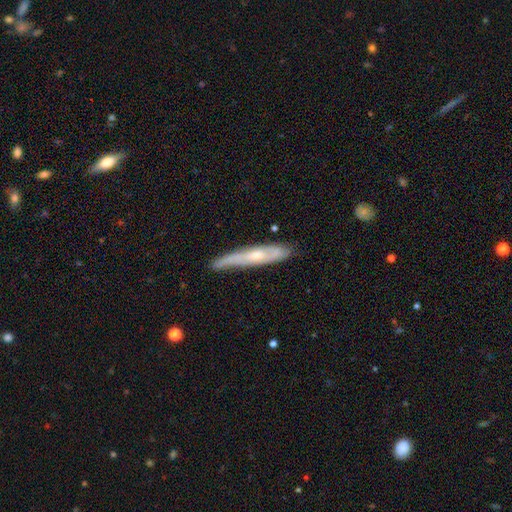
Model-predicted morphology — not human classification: Smooth or featured? featured or disk (59%)
Edge-on disk? yes (69%)
Merging? none (70%)